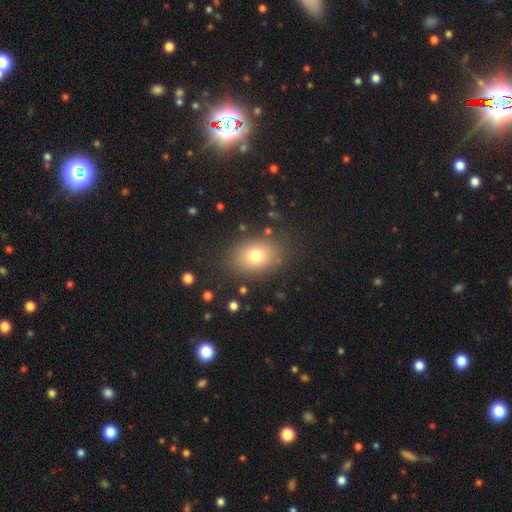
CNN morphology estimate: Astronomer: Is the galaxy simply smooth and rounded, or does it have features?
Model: smooth — 76%.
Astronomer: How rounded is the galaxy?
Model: in between — 65%.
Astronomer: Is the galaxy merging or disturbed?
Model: none — 83%.